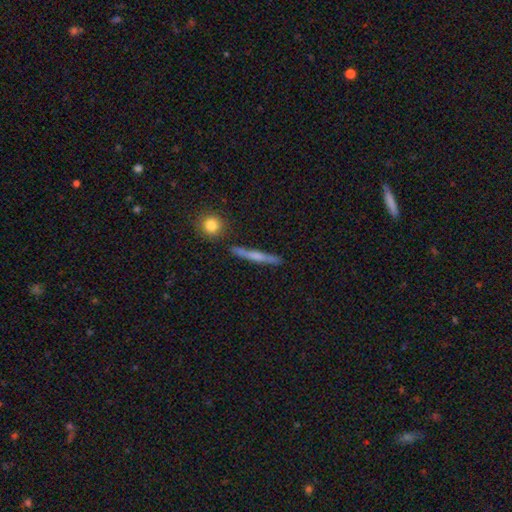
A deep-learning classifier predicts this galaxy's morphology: Smooth or featured?
  - smooth: 47% *
  - featured or disk: 46%
  - star or artifact: 7%
Merging?
  - none: 87% *
  - minor disturbance: 9%
  - merger: 3%
  - major disturbance: 2%